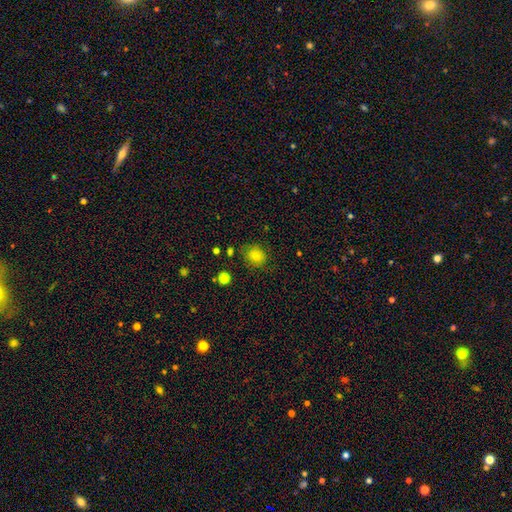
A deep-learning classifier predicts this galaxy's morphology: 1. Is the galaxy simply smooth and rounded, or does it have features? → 82% smooth, 11% star or artifact, 7% featured or disk.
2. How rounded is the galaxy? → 73% round, 26% in between, 1% cigar-shaped.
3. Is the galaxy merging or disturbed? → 77% none, 16% minor disturbance, 5% major disturbance, 2% merger.